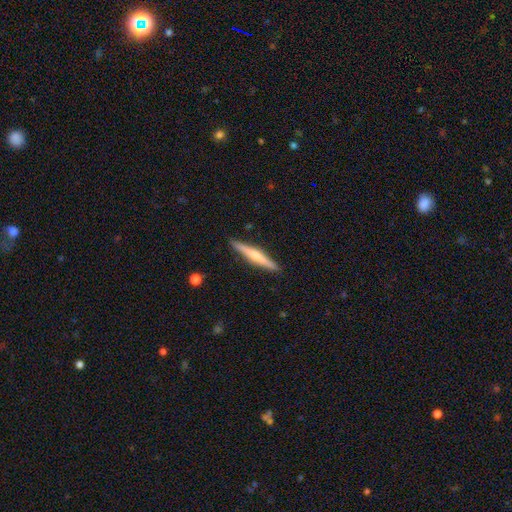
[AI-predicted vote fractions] Q: Smooth or featured?
A: featured or disk (56%); runner-up: smooth (39%)
Q: Edge-on disk?
A: yes (97%); runner-up: no (3%)
Q: Edge-on bulge?
A: rounded (66%); runner-up: none (24%)
Q: Merging?
A: none (91%); runner-up: minor disturbance (7%)